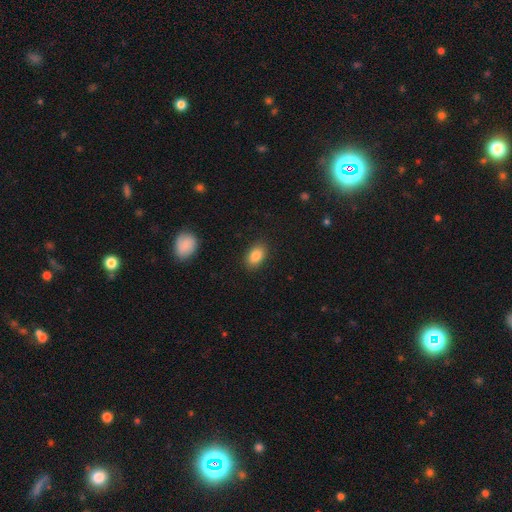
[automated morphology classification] Smooth or featured? Predicted: smooth (p=0.86). How rounded? Predicted: in between (p=0.87). Merging? Predicted: none (p=0.87).